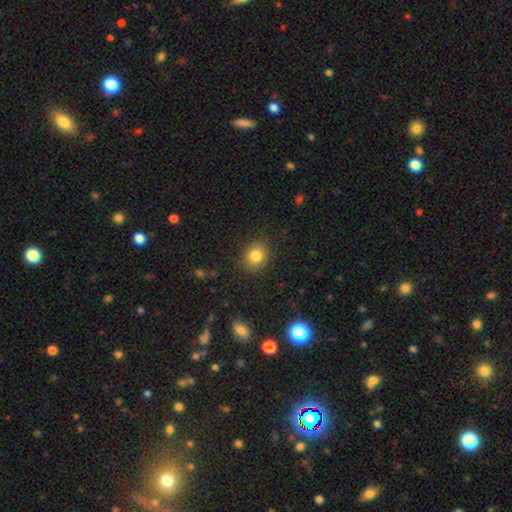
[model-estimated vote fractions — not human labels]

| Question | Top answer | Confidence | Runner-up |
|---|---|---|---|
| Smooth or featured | smooth | 82% | star or artifact (11%) |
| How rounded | round | 70% | in between (29%) |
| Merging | none | 86% | minor disturbance (10%) |